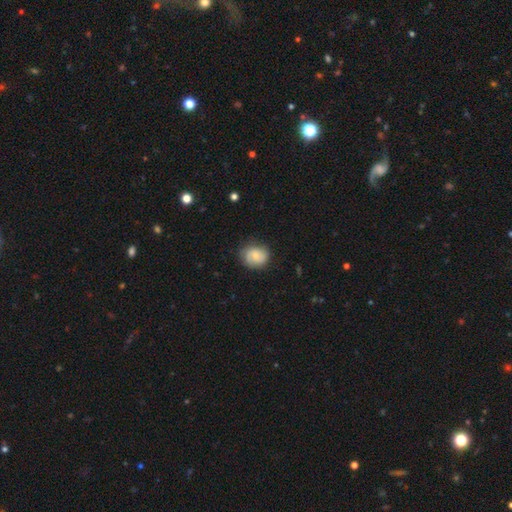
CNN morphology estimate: The model was most divided on "smooth or featured": smooth: 60%, featured or disk: 33%, star or artifact: 7%. More confident: merging — none (74%); how rounded — round (70%).